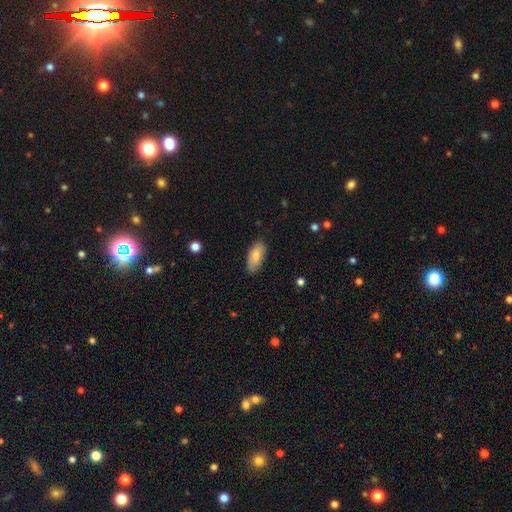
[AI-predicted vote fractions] Morphology: type=smooth (79%); roundness=in between (91%); merging=none (80%).